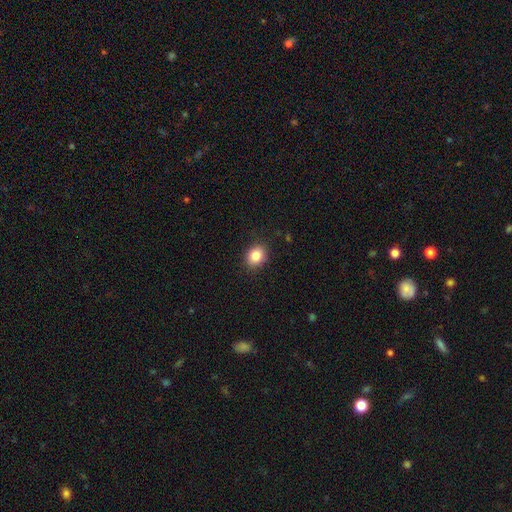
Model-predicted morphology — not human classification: Overall: smooth (84%). How rounded: round (55%; in between 44%). Merging: none (88%).